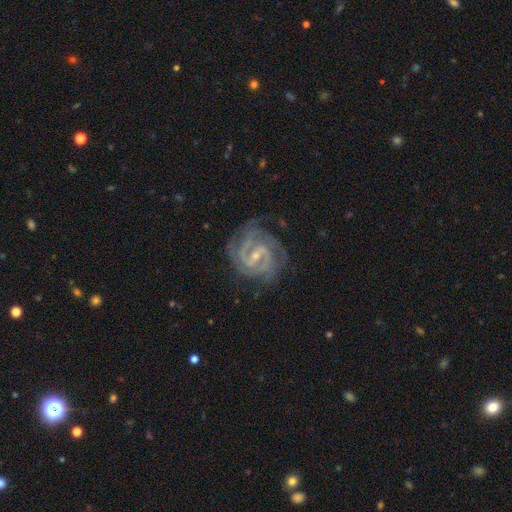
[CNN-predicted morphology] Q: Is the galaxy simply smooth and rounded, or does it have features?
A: featured or disk — 92%.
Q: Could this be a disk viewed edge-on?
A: no — 98%.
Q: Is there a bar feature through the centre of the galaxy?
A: weak — 48%.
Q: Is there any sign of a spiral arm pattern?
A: yes — 98%.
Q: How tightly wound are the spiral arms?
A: tight — 56%.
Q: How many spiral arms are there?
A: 2 — 49%.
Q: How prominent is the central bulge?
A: small — 67%.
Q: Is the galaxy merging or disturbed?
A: none — 72%.